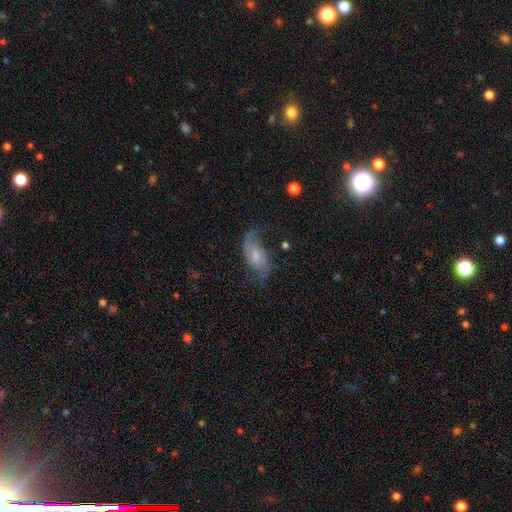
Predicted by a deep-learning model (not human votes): Q: Smooth or featured?
A: featured or disk (78%); runner-up: smooth (15%)
Q: Edge-on disk?
A: no (96%); runner-up: yes (4%)
Q: Bar?
A: weak (50%); runner-up: no (40%)
Q: Spiral arms?
A: yes (93%); runner-up: no (7%)
Q: Spiral winding?
A: loose (55%); runner-up: medium (34%)
Q: Spiral arm count?
A: 2 (86%); runner-up: can't tell (6%)
Q: Bulge size?
A: small (47%); runner-up: moderate (37%)
Q: Merging?
A: none (59%); runner-up: minor disturbance (21%)